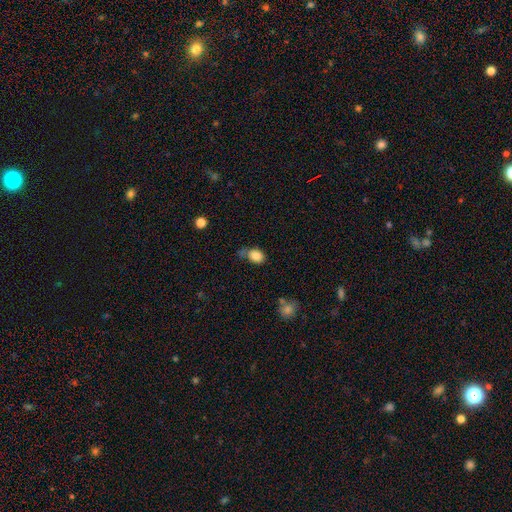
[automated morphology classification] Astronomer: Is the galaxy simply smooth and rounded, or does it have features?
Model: smooth — 85%.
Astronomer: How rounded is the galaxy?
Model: in between — 64%.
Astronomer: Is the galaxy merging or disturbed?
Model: none — 53%.